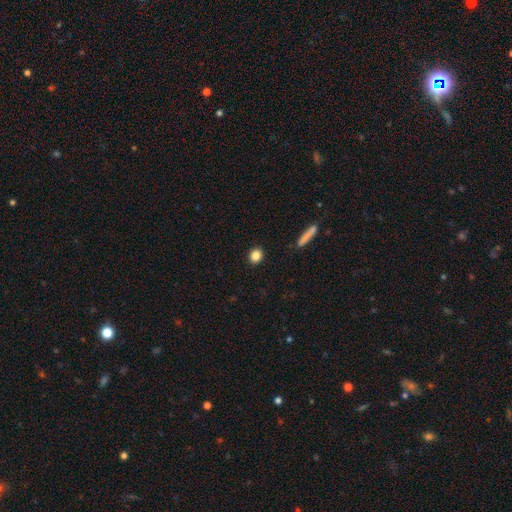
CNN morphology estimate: Overall: smooth (85%). How rounded: round (69%). Merging: none (90%).